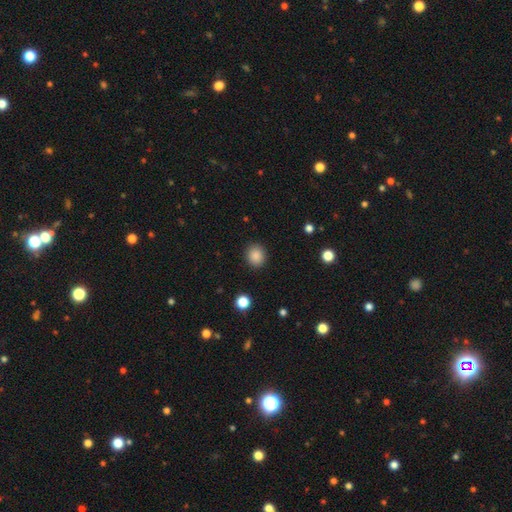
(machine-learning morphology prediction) Smooth or featured? smooth (87%)
How rounded? round (74%)
Merging? none (90%)